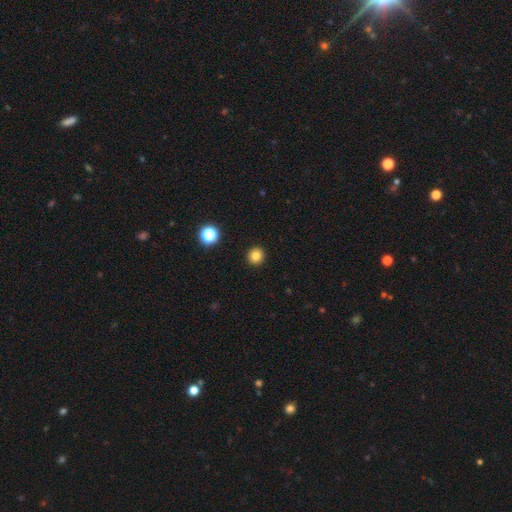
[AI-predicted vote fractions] smooth-or-featured: smooth: 82% | star or artifact: 13% | featured or disk: 5%
  how-rounded: round: 94% | in between: 5% | cigar-shaped: 1%
  merging: none: 93% | minor disturbance: 4% | major disturbance: 2% | merger: 1%